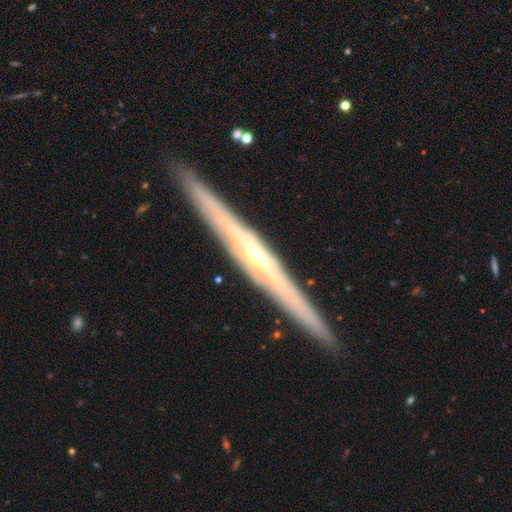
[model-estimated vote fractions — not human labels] Smooth or featured?
  - featured or disk: 85% *
  - smooth: 10%
  - star or artifact: 5%
Edge-on disk?
  - yes: 97% *
  - no: 3%
Edge-on bulge?
  - rounded: 73% *
  - none: 19%
  - boxy: 8%
Merging?
  - none: 92% *
  - minor disturbance: 6%
  - major disturbance: 1%
  - merger: 1%